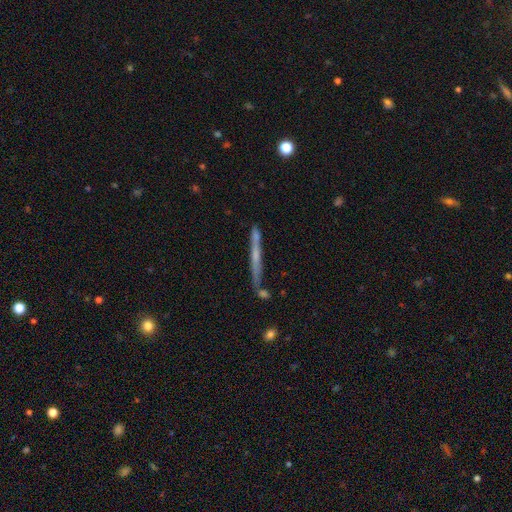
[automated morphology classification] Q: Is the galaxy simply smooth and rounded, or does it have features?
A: featured or disk — 56%.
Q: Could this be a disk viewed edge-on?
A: yes — 95%.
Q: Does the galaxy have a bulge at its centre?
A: none — 67%.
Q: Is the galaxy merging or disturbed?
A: none — 75%.